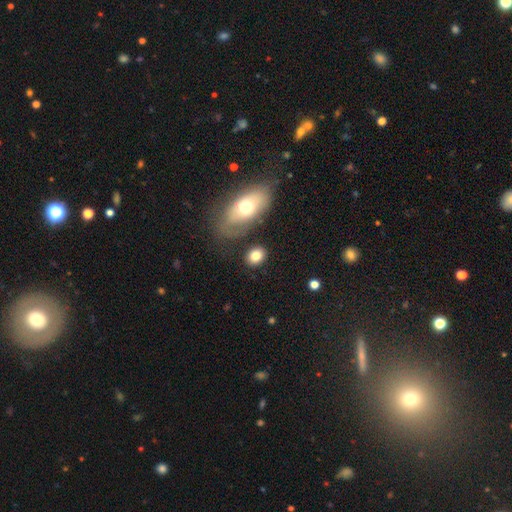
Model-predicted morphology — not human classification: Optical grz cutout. It shows a smooth galaxy with no disk features (81%) that is in between round and cigar-shaped (58%). Merging: none (80%).